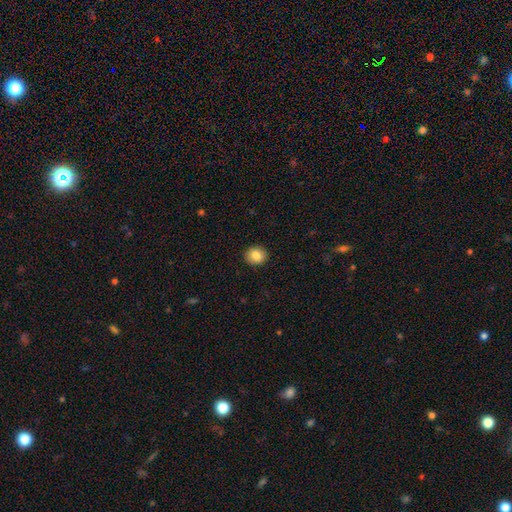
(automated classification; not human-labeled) This is clearly a smooth galaxy (84%). How rounded: likely round (79%). Merging: clearly none (92%).